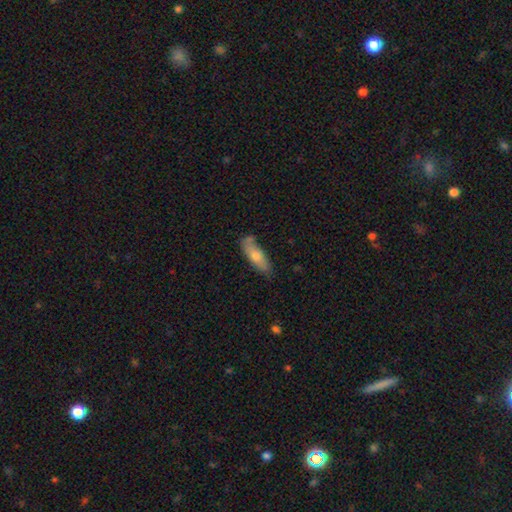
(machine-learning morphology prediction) A smooth galaxy with no disk features (67%) that is in between round and cigar-shaped (51%). Merging: none (69%).